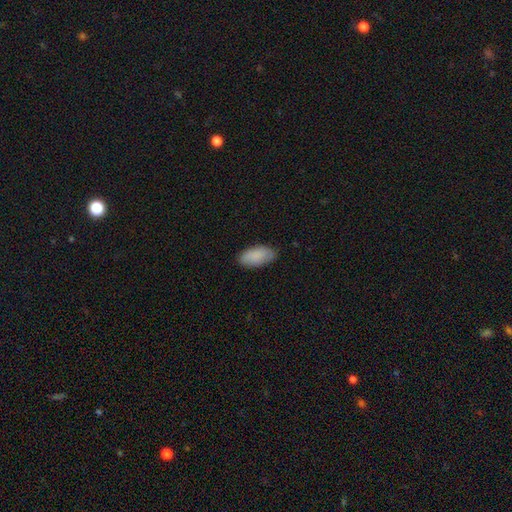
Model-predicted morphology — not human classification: smooth-or-featured: smooth: 89% | star or artifact: 6% | featured or disk: 5%
  how-rounded: in between: 94% | cigar-shaped: 4% | round: 2%
  merging: none: 82% | minor disturbance: 15% | major disturbance: 3% | merger: 1%